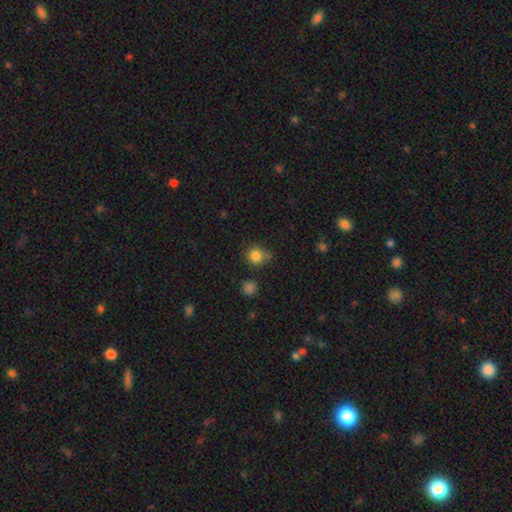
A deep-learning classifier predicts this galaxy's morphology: Q: Smooth or featured?
A: smooth (83%); runner-up: star or artifact (12%)
Q: How rounded?
A: round (90%); runner-up: in between (9%)
Q: Merging?
A: none (73%); runner-up: minor disturbance (16%)